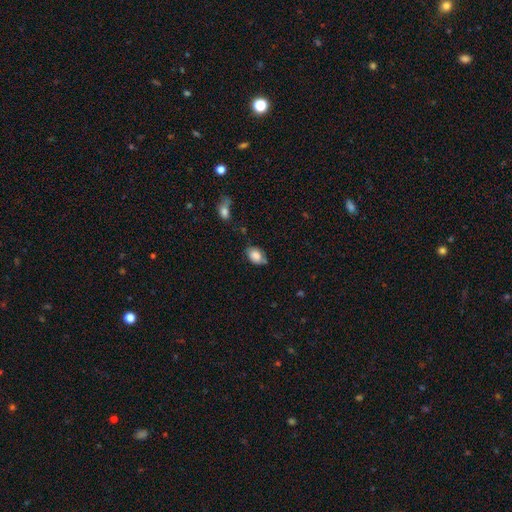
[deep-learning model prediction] Q: Smooth or featured?
A: smooth (80%); runner-up: featured or disk (12%)
Q: How rounded?
A: in between (83%); runner-up: round (16%)
Q: Merging?
A: none (61%); runner-up: minor disturbance (28%)